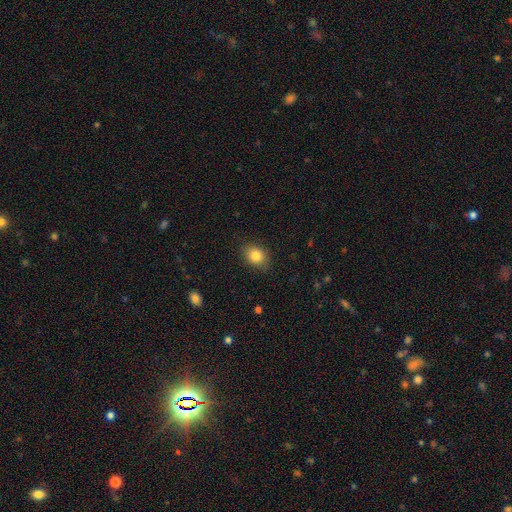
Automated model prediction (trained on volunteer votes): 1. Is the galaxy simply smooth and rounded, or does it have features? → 83% smooth, 9% star or artifact, 8% featured or disk.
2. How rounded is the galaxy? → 66% in between, 33% round, 1% cigar-shaped.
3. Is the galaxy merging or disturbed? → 84% none, 12% minor disturbance, 3% major disturbance, 1% merger.